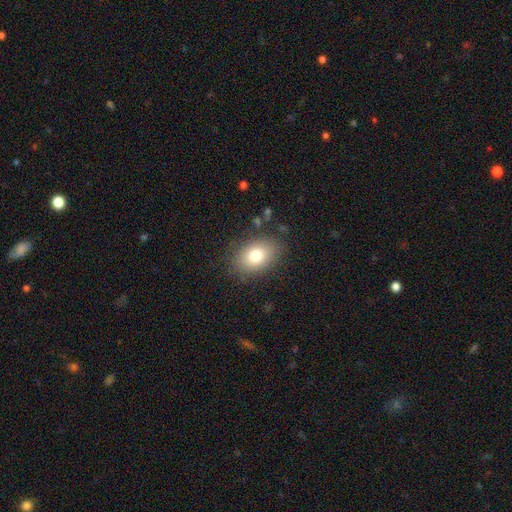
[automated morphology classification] This is likely a smooth galaxy (77%). How rounded: likely in between (78%). Merging: clearly none (83%).